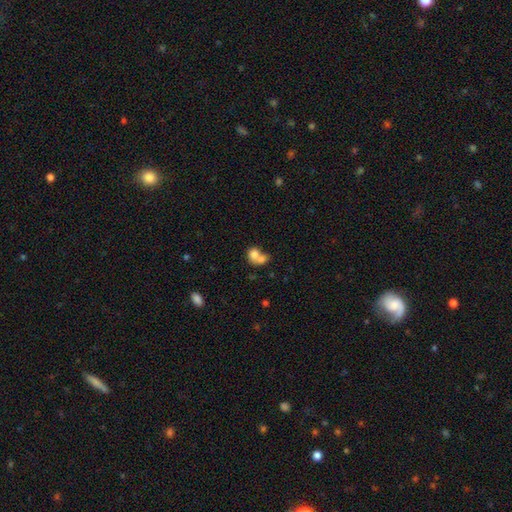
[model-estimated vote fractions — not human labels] Smooth or featured: smooth — 74% (featured or disk — 17%)
How rounded: round — 63% (in between — 36%)
Merging: merger — 68% (none — 22%)